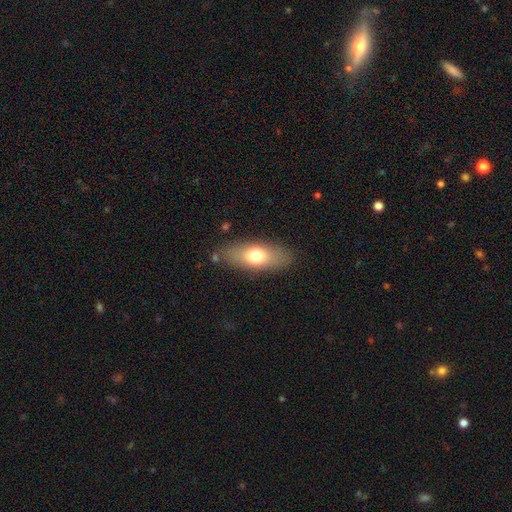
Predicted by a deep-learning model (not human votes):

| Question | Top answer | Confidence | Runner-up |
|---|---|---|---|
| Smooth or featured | smooth | 69% | featured or disk (24%) |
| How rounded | in between | 72% | cigar-shaped (24%) |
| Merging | none | 83% | minor disturbance (11%) |